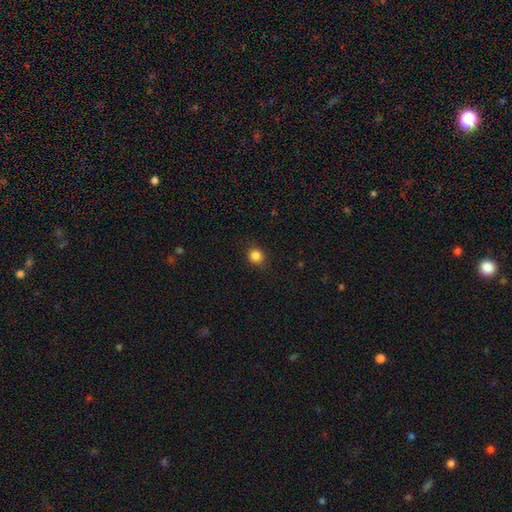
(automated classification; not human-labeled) smooth-or-featured: smooth: 84% | star or artifact: 12% | featured or disk: 4%
  how-rounded: round: 85% | in between: 14% | cigar-shaped: 1%
  merging: none: 86% | minor disturbance: 10% | major disturbance: 3% | merger: 1%